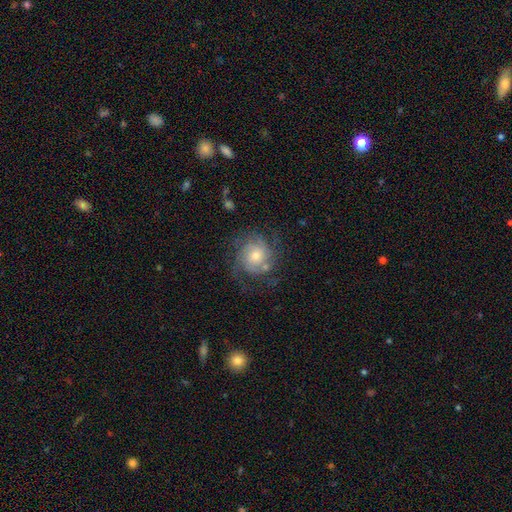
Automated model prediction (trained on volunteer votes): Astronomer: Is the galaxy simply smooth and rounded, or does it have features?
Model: featured or disk — 73%.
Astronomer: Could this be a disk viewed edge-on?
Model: no — 98%.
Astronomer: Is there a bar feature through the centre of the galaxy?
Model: no — 77%.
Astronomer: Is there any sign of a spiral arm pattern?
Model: yes — 91%.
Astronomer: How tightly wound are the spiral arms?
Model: tight — 57% (runner-up: medium, 32%).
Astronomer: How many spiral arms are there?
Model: can't tell — 36% (runner-up: 3, 23%).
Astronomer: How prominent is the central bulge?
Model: moderate — 49% (runner-up: small, 45%).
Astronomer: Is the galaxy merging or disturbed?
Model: none — 68%.